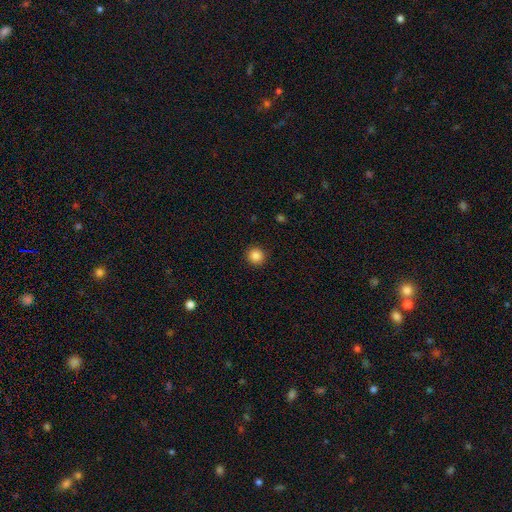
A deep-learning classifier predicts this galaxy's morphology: Overall: smooth (86%). How rounded: round (95%). Merging: none (93%).